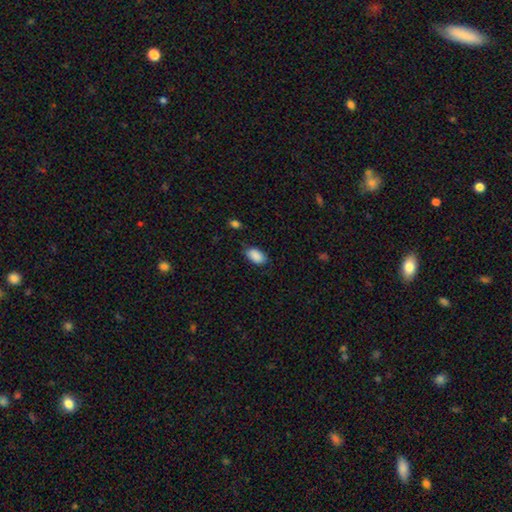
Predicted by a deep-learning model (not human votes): smooth-or-featured: smooth: 89% | star or artifact: 7% | featured or disk: 4%
  how-rounded: in between: 93% | round: 5% | cigar-shaped: 2%
  merging: none: 80% | minor disturbance: 15% | major disturbance: 3% | merger: 1%